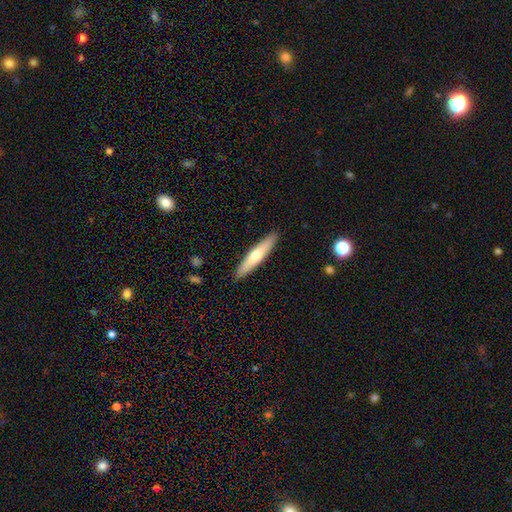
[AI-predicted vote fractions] A smooth galaxy with no disk features (54%) that is cigar-shaped (87%). Merging: none (91%).